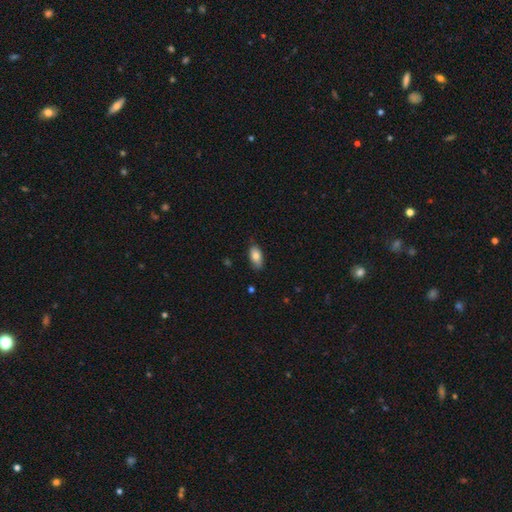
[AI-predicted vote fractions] smooth_or_featured: smooth (p=0.82) [alt: featured or disk p=0.11]
how_rounded: in between (p=0.91) [alt: cigar-shaped p=0.06]
merging: none (p=0.79) [alt: minor disturbance p=0.17]